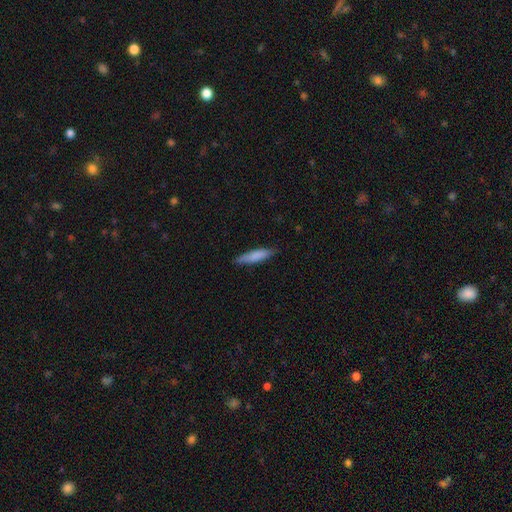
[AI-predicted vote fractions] smooth_or_featured: smooth (p=0.81) [alt: featured or disk p=0.13]
how_rounded: cigar-shaped (p=0.77) [alt: in between p=0.21]
merging: none (p=0.82) [alt: minor disturbance p=0.14]